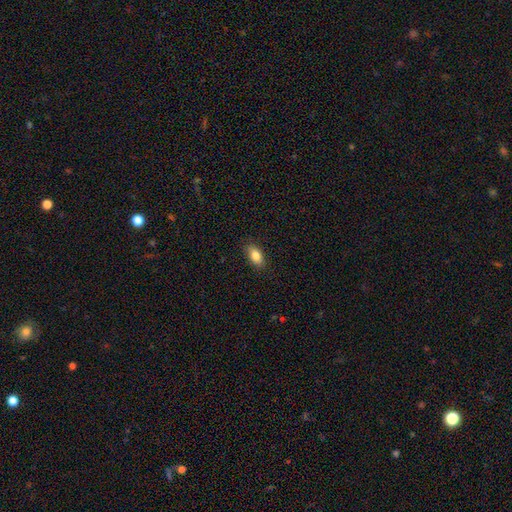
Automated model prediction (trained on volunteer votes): smooth-or-featured: smooth: 84% | featured or disk: 8% | star or artifact: 8%
  how-rounded: in between: 89% | round: 6% | cigar-shaped: 5%
  merging: none: 86% | minor disturbance: 11% | major disturbance: 2% | merger: 1%